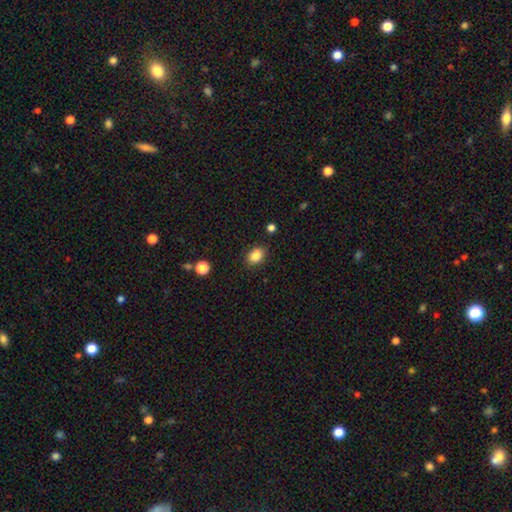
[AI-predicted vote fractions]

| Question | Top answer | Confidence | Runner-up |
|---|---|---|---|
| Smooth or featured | smooth | 85% | star or artifact (10%) |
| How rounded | in between | 70% | round (29%) |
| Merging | none | 85% | minor disturbance (10%) |